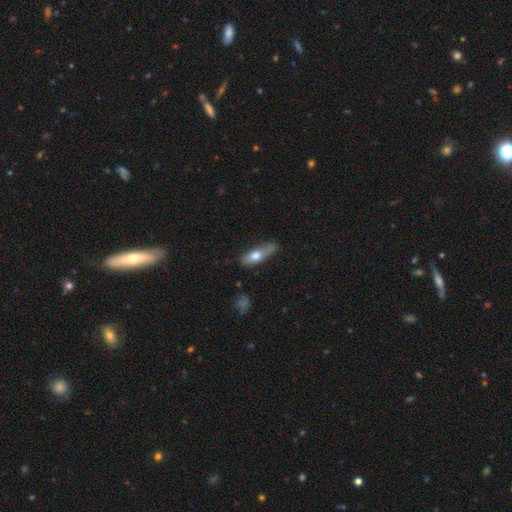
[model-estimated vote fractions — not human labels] smooth-or-featured: smooth: 63% | featured or disk: 30% | star or artifact: 6%
  how-rounded: cigar-shaped: 49% | in between: 47% | round: 3%
  merging: none: 55% | minor disturbance: 30% | major disturbance: 12% | merger: 4%